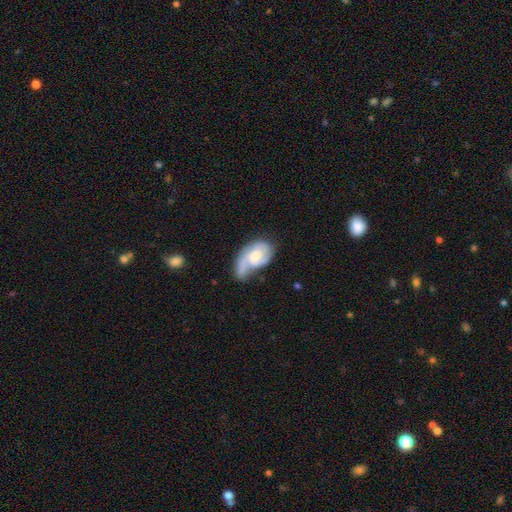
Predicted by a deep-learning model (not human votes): Smooth or featured?
  - featured or disk: 66% *
  - smooth: 28%
  - star or artifact: 6%
Edge-on disk?
  - no: 96% *
  - yes: 4%
Bar?
  - no: 58% *
  - weak: 36%
  - strong: 7%
Spiral arms?
  - yes: 87% *
  - no: 13%
Spiral winding?
  - medium: 42% *
  - tight: 32%
  - loose: 26%
Spiral arm count?
  - 2: 45% *
  - 1: 29%
  - can't tell: 15%
  - 3: 8%
  - 4: 2%
  - more than 4: 1%
Bulge size?
  - moderate: 47% *
  - small: 31%
  - none: 11%
  - large: 9%
  - dominant: 2%
Merging?
  - minor disturbance: 32% *
  - none: 30%
  - major disturbance: 29%
  - merger: 8%